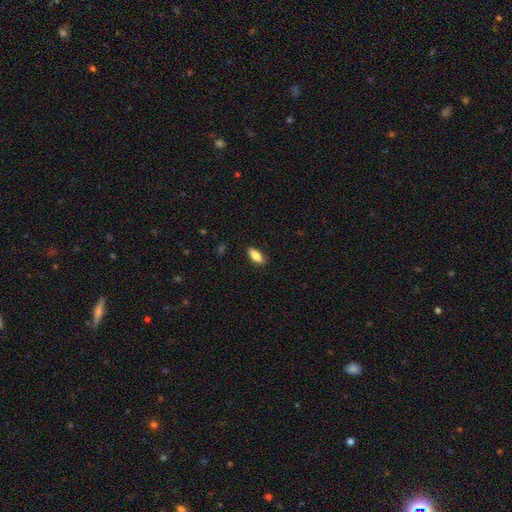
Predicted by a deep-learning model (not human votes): Morphology: type=smooth (83%); roundness=in between (81%); merging=none (87%).